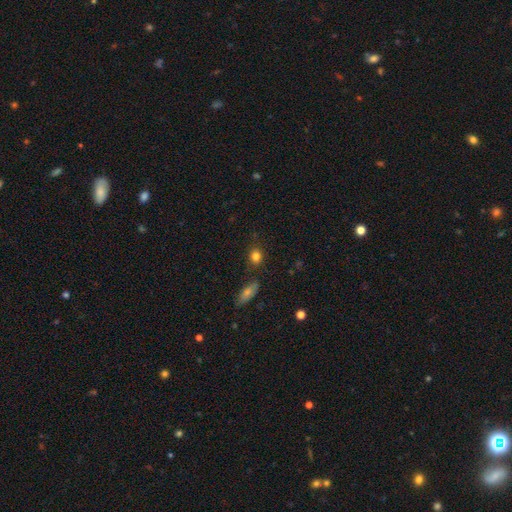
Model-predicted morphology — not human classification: smooth_or_featured: smooth (p=0.82) [alt: star or artifact p=0.10]
how_rounded: round (p=0.59) [alt: in between p=0.38]
merging: none (p=0.80) [alt: minor disturbance p=0.11]